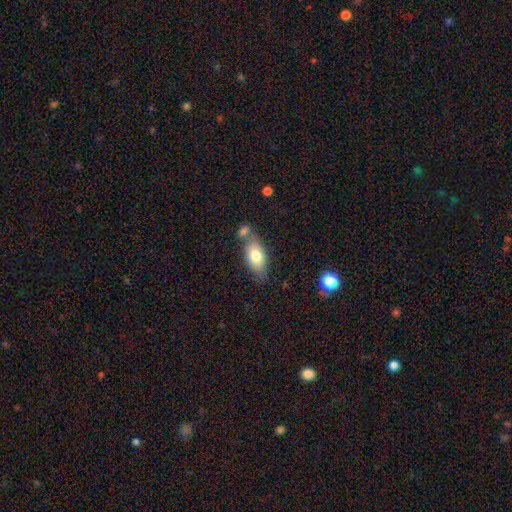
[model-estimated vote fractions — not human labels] Q: Smooth or featured?
A: smooth (75%); runner-up: featured or disk (18%)
Q: How rounded?
A: in between (88%); runner-up: cigar-shaped (7%)
Q: Merging?
A: none (59%); runner-up: merger (20%)